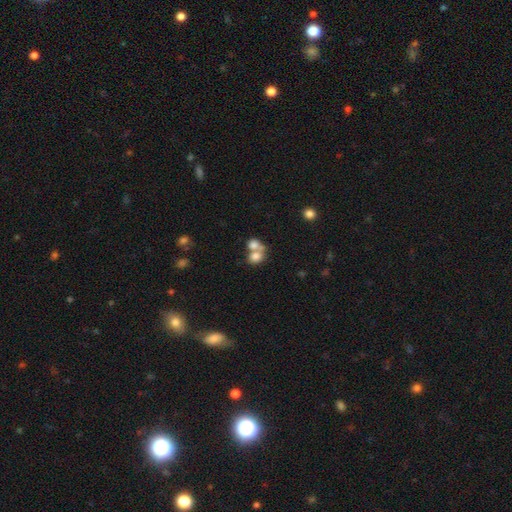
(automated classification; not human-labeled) This is likely a smooth galaxy (75%). How rounded: possibly in between (51%). Merging: likely merger (64%).